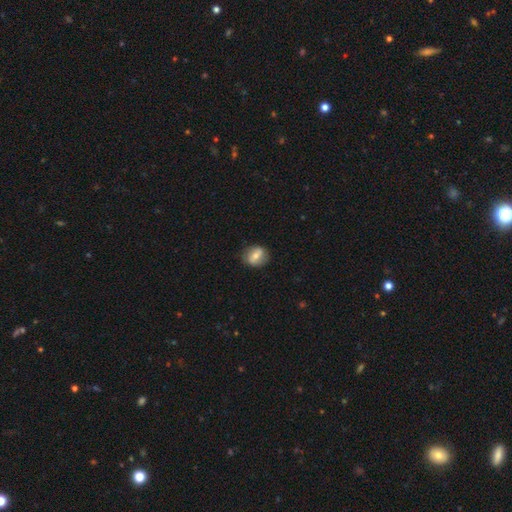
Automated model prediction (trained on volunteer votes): The model was most divided on "how rounded": round: 57%, in between: 42%, cigar-shaped: 2%. More confident: merging — none (81%); smooth or featured — smooth (58%).